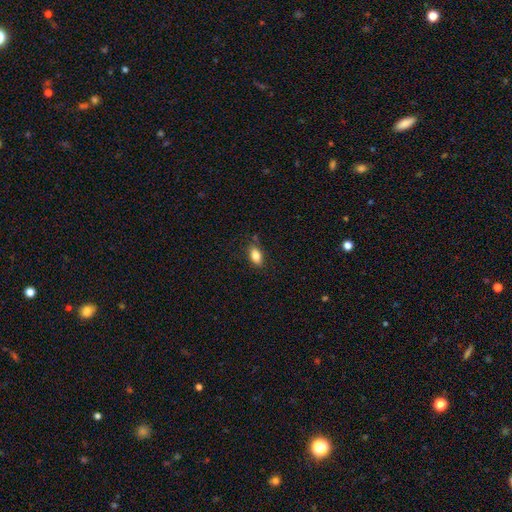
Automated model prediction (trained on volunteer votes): Smooth or featured? smooth (84%)
How rounded? in between (89%)
Merging? none (79%)